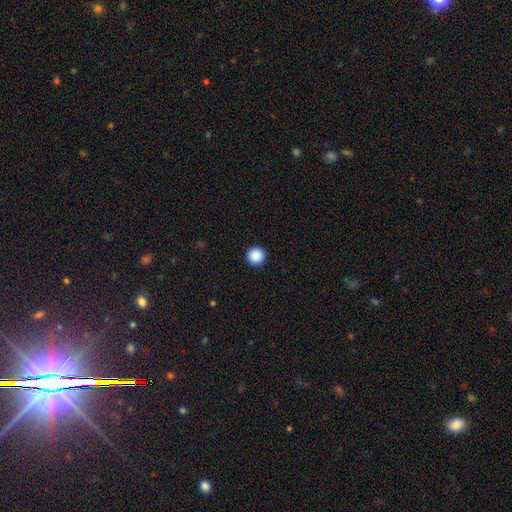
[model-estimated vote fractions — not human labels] A smooth galaxy with no disk features (89%) that is round (97%). Merging: none (94%).